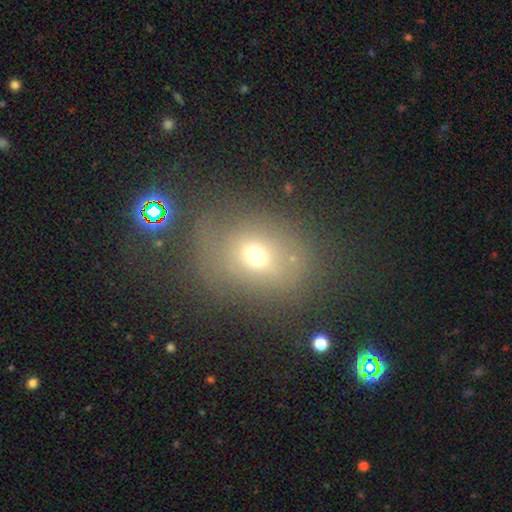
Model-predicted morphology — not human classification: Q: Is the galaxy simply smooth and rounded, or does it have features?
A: smooth — 62%.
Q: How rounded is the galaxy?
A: round — 53%.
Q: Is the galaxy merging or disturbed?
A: none — 59%.